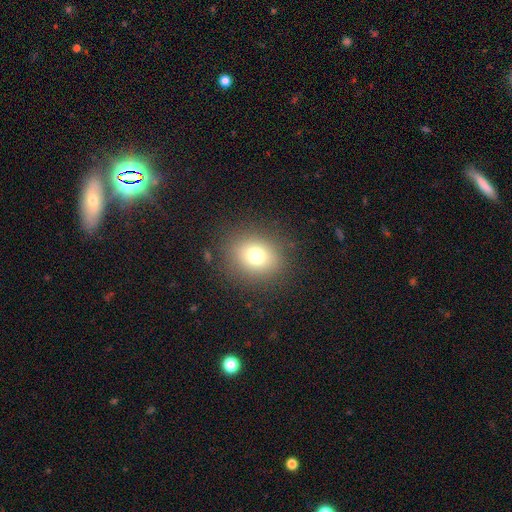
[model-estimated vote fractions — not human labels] Smooth or featured?
  - smooth: 74% *
  - star or artifact: 15%
  - featured or disk: 11%
How rounded?
  - round: 67% *
  - in between: 32%
  - cigar-shaped: 1%
Merging?
  - none: 86% *
  - minor disturbance: 9%
  - major disturbance: 5%
  - merger: 1%